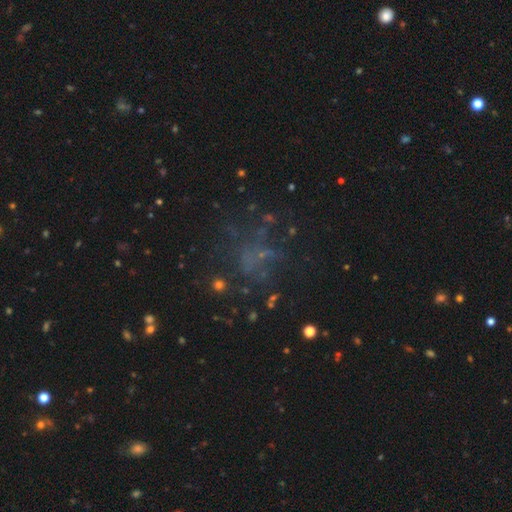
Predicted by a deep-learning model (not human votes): Smooth or featured: star or artifact — 37% (featured or disk — 35%)